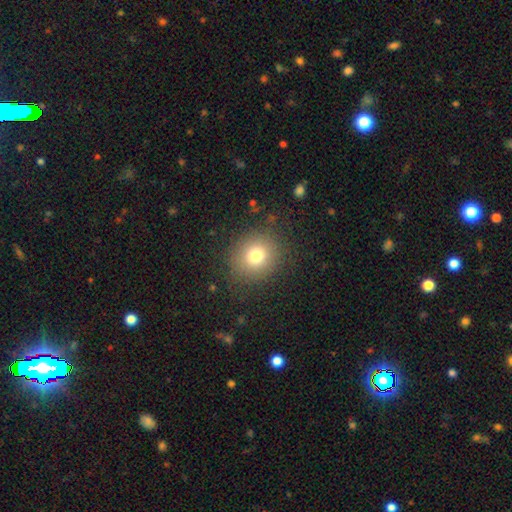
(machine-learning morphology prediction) smooth-or-featured: smooth: 76% | star or artifact: 14% | featured or disk: 10%
  how-rounded: round: 85% | in between: 15% | cigar-shaped: 1%
  merging: none: 86% | minor disturbance: 9% | major disturbance: 4% | merger: 1%